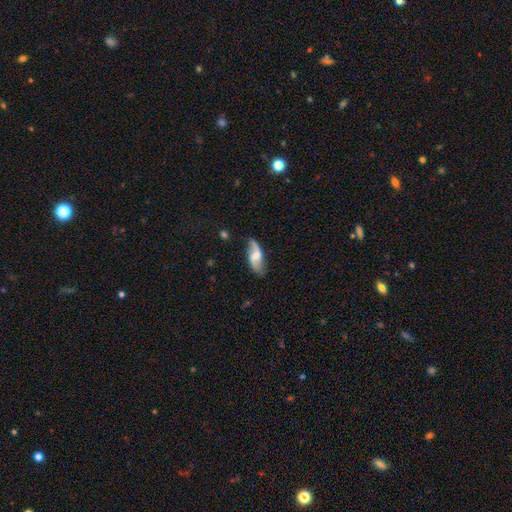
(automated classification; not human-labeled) The model was most divided on "bar": weak: 46%, no: 38%, strong: 16%. Remaining: edge-on disk — no (90%); spiral arms — yes (89%); merging — none (71%); smooth or featured — featured or disk (60%); bulge size — moderate (45%).